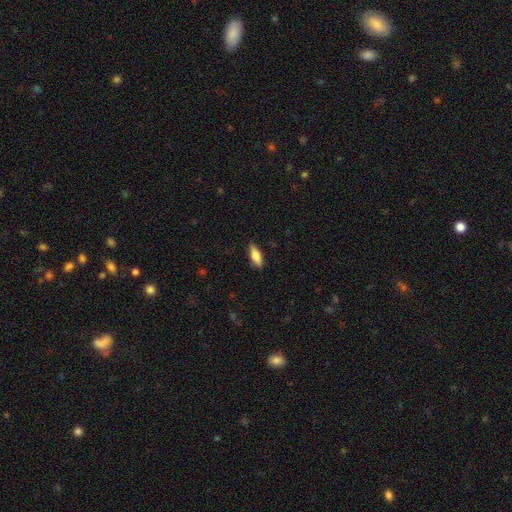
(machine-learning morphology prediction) smooth_or_featured: smooth (p=0.76) [alt: featured or disk p=0.18]
how_rounded: in between (p=0.66) [alt: cigar-shaped p=0.32]
merging: none (p=0.86) [alt: minor disturbance p=0.11]